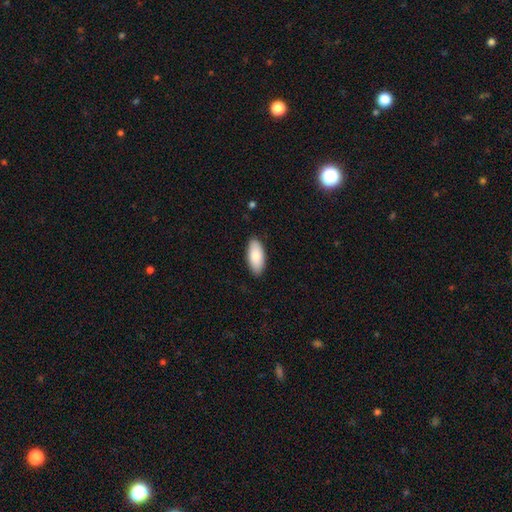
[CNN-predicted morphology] The model was most divided on "smooth or featured": smooth: 84%, featured or disk: 10%, star or artifact: 6%. More confident: how rounded — in between (90%); merging — none (88%).